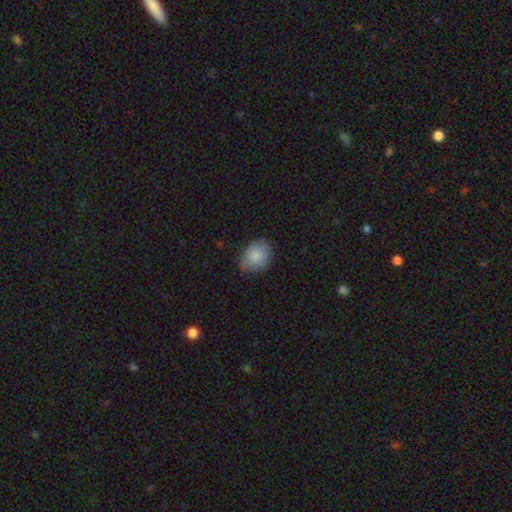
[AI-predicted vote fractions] smooth 84%, featured or disk 9%, star or artifact 7%. Down the decision tree: how rounded — in between (69%); merging — none (76%).